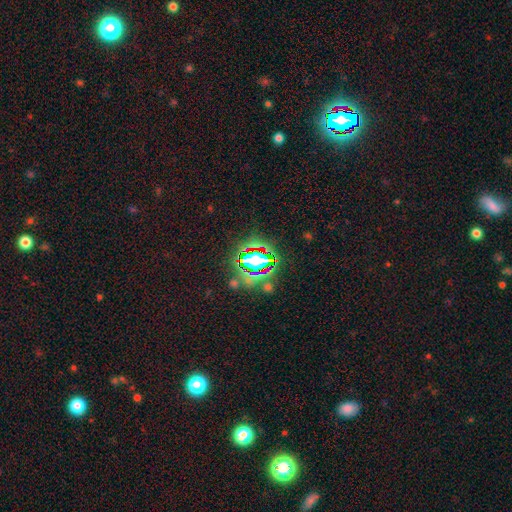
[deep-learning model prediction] Smooth or featured? star or artifact (69%)